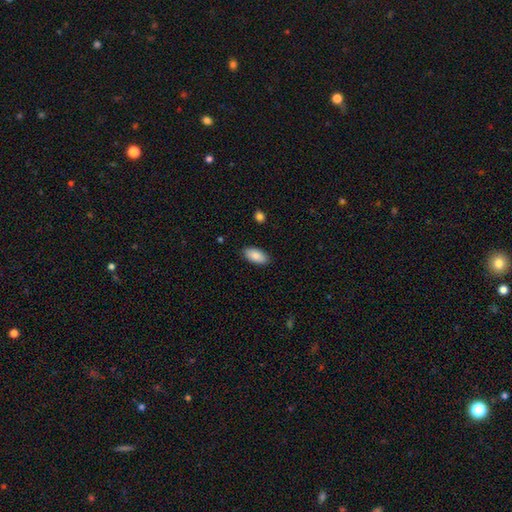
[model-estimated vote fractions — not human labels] Overall: smooth (87%). How rounded: in between (94%). Merging: none (88%).